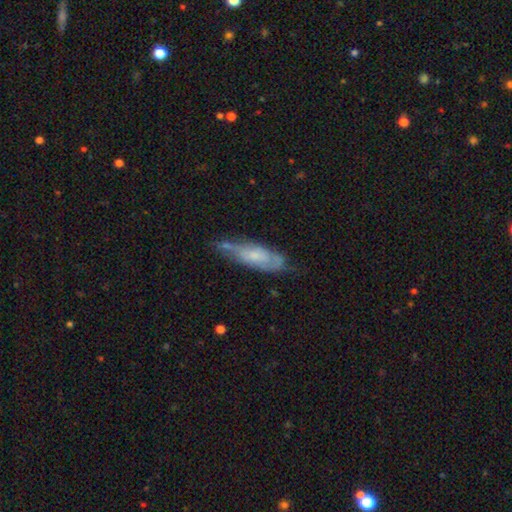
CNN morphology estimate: smooth-or-featured: featured or disk: 52% | smooth: 41% | star or artifact: 7%
  disk-edge-on: no: 73% | yes: 27%
  merging: none: 51% | minor disturbance: 32% | major disturbance: 12% | merger: 6%